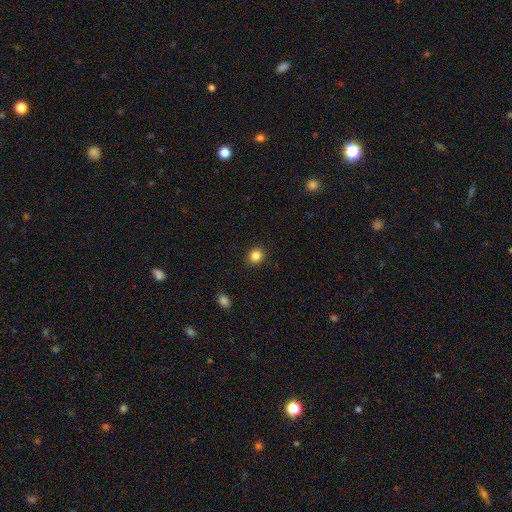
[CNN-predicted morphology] type=smooth (85%); roundness=round (81%); merging=none (91%).